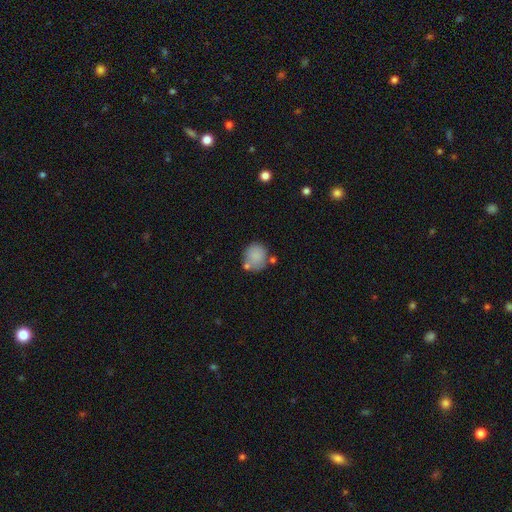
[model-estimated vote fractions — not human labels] Smooth or featured: smooth — 84% (star or artifact — 8%)
How rounded: round — 82% (in between — 17%)
Merging: none — 65% (minor disturbance — 17%)